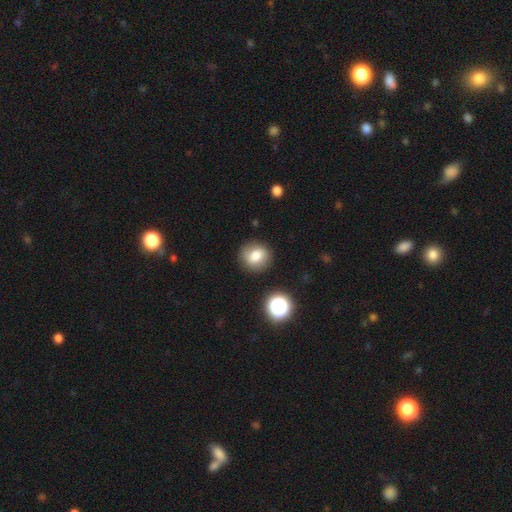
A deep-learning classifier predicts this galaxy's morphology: Smooth or featured?
  - smooth: 76% *
  - featured or disk: 13%
  - star or artifact: 11%
How rounded?
  - round: 82% *
  - in between: 17%
  - cigar-shaped: 1%
Merging?
  - none: 85% *
  - minor disturbance: 10%
  - major disturbance: 3%
  - merger: 2%